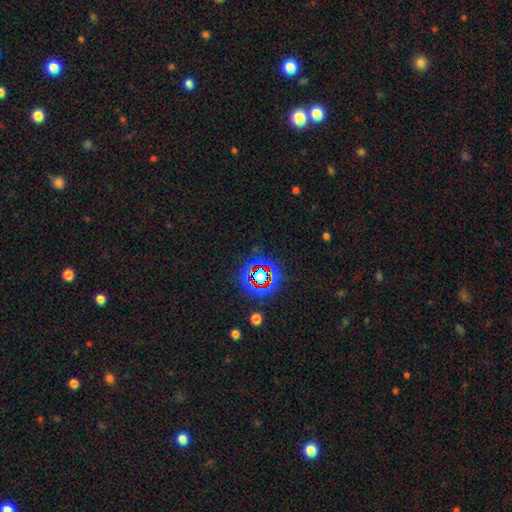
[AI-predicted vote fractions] A star or artifact, not a galaxy (53%).